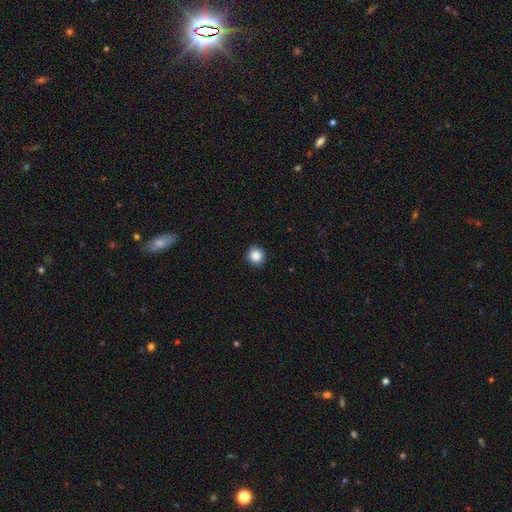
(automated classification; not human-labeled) This appears to be a smooth galaxy with no disk features (87%) that is round (92%). Merging: none (90%).